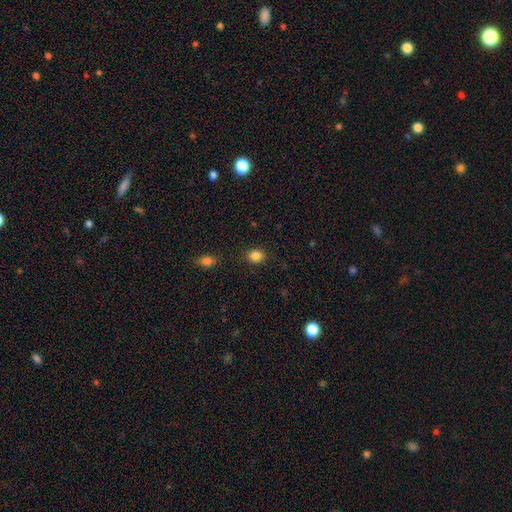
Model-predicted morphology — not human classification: Smooth or featured? smooth (85%)
How rounded? round (57%)
Merging? none (87%)